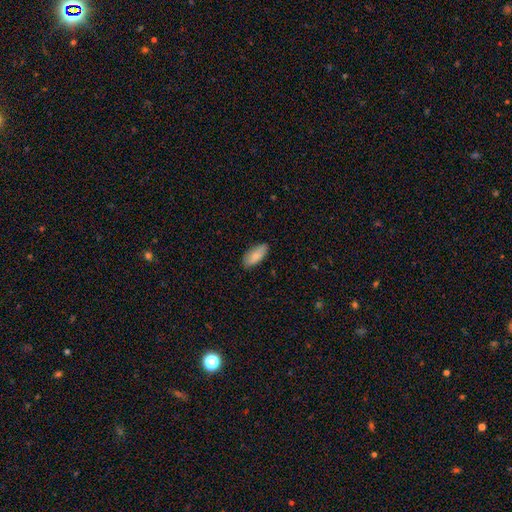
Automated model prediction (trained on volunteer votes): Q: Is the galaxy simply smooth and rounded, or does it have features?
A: smooth — 85%.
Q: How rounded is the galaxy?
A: in between — 86%.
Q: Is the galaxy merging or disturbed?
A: none — 81%.